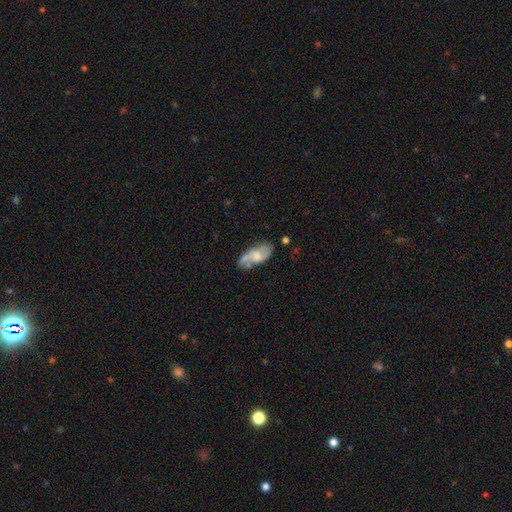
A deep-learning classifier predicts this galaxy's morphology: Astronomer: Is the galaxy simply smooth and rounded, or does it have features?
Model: smooth — 48% (runner-up: featured or disk, 45%).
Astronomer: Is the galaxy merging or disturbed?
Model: none — 47% (runner-up: minor disturbance, 27%).